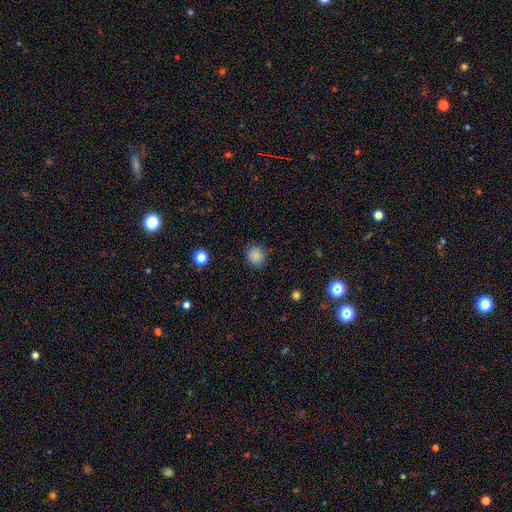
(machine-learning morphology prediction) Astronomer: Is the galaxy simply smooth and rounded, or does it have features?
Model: smooth — 86%.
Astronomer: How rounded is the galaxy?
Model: round — 85%.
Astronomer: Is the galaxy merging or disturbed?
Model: none — 85%.